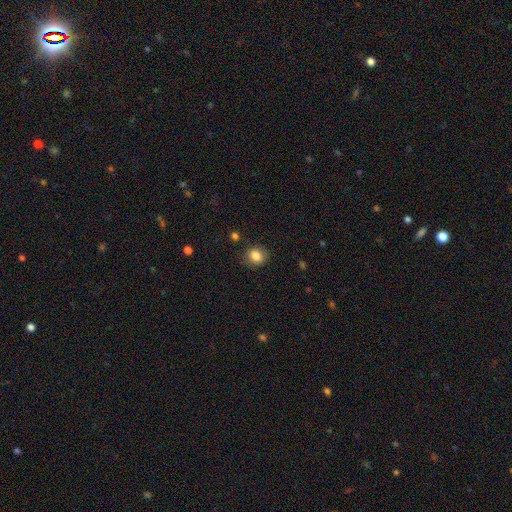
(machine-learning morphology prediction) smooth 84%, star or artifact 10%, featured or disk 6%. Down the decision tree: how rounded — round (67%); merging — none (80%).